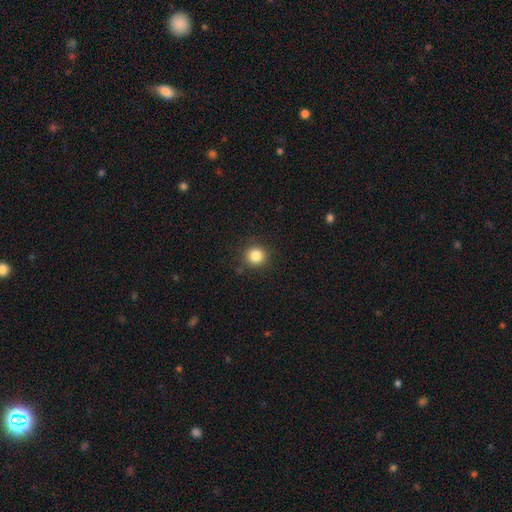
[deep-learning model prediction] Overall: smooth (84%). How rounded: round (92%). Merging: none (88%).